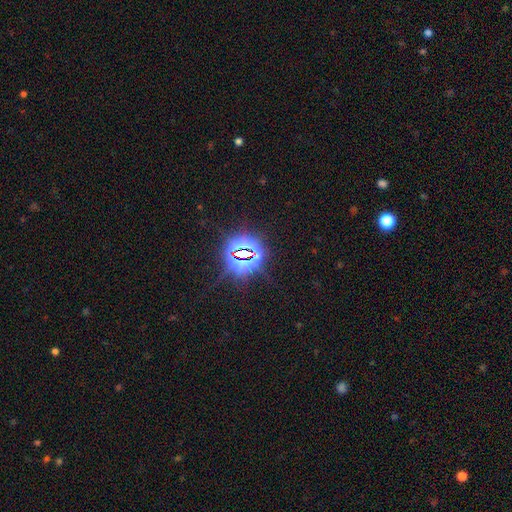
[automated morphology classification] A star or artifact, not a galaxy (82%).